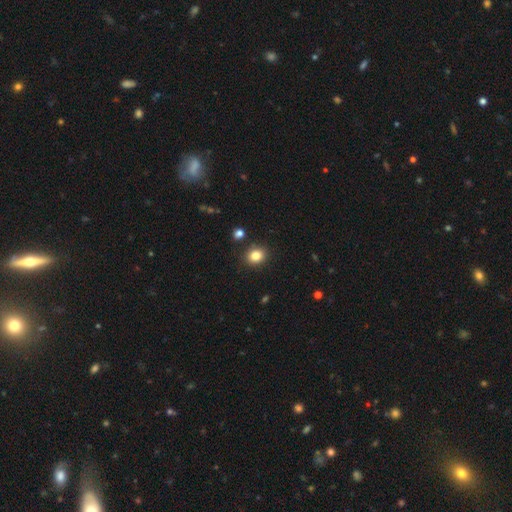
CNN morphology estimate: smooth_or_featured: smooth (p=0.84) [alt: star or artifact p=0.11]
how_rounded: round (p=0.62) [alt: in between p=0.38]
merging: none (p=0.85) [alt: minor disturbance p=0.09]